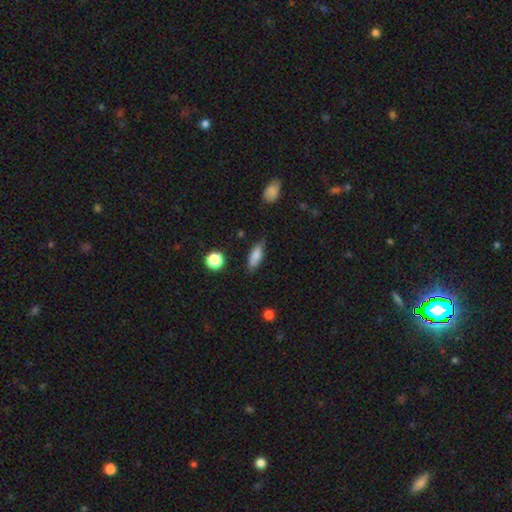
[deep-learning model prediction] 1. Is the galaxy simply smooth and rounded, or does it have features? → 78% smooth, 14% featured or disk, 8% star or artifact.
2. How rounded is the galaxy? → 58% in between, 39% cigar-shaped, 3% round.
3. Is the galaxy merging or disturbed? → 78% none, 16% minor disturbance, 3% major disturbance, 2% merger.